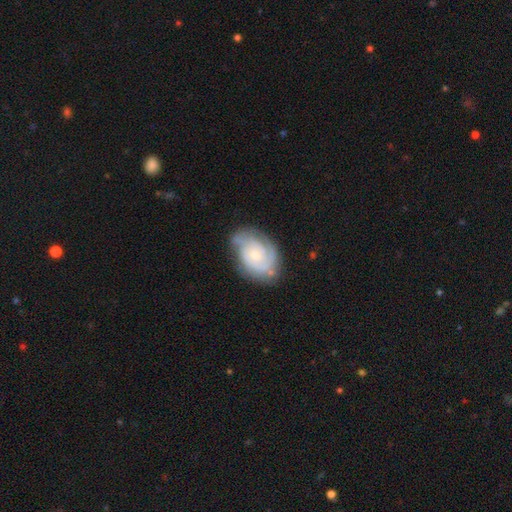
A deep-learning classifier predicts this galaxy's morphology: type=featured or disk (82%); edge-on=no (97%); bar=no (70%); spiral arms=yes (95%); winding=tight (64%); arm count=2 (34%); bulge=small (61%); merging=none (68%).